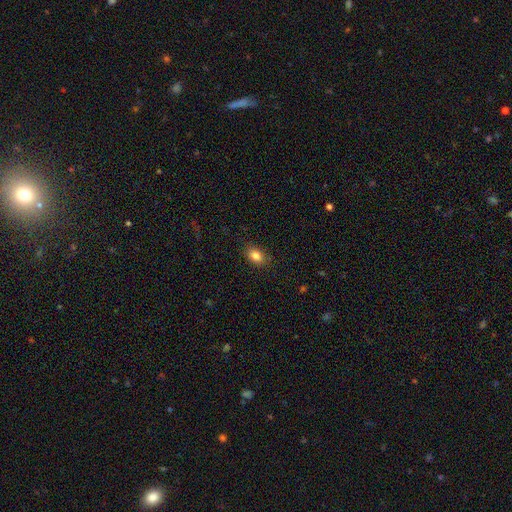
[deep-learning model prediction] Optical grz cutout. It shows a smooth galaxy with no disk features (85%) that is in between round and cigar-shaped (81%). Merging: none (86%).